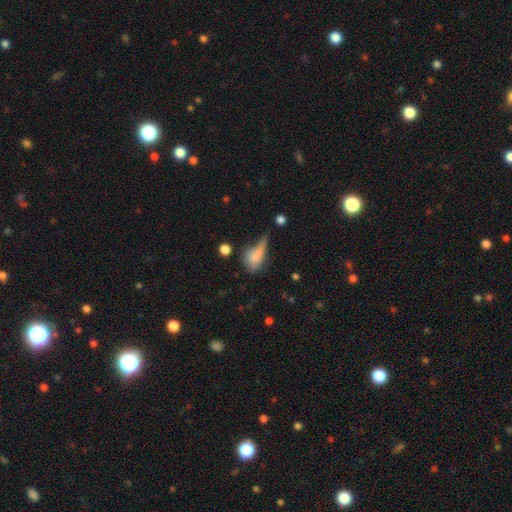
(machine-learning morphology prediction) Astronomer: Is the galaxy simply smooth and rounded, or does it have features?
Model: smooth — 71%.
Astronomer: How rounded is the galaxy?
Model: in between — 68%.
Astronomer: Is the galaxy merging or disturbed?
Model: major disturbance — 33% (runner-up: minor disturbance, 31%).